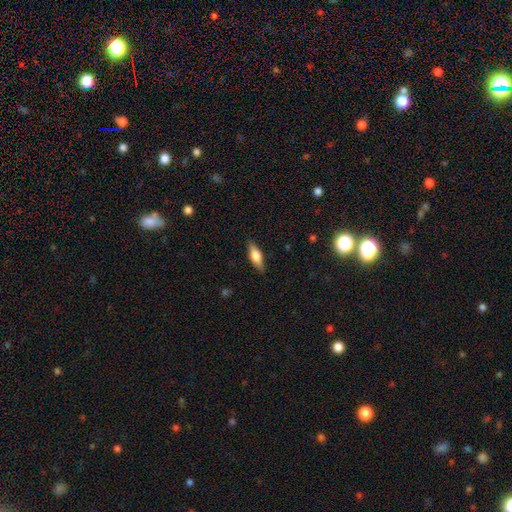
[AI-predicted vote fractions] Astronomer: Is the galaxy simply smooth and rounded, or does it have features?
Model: smooth — 53% (runner-up: featured or disk, 40%).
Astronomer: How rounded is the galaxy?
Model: in between — 54% (runner-up: cigar-shaped, 43%).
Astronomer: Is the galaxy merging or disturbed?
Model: none — 86%.